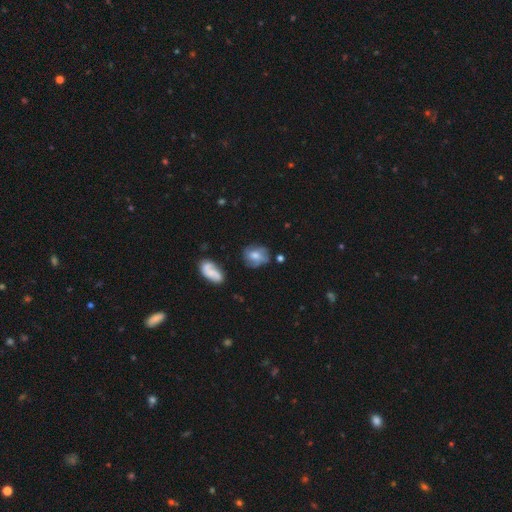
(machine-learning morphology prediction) Smooth or featured? Predicted: smooth (p=0.49). Merging? Predicted: none (p=0.60).